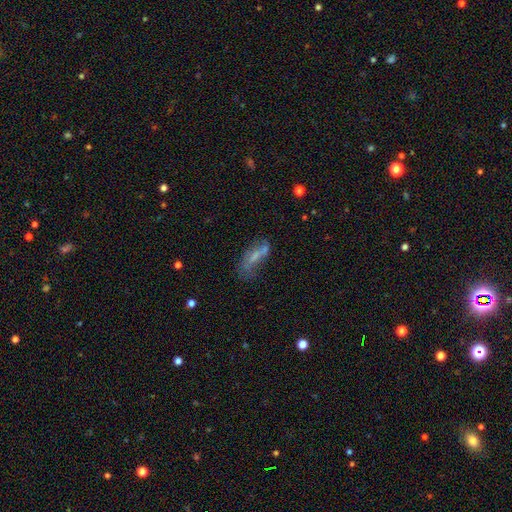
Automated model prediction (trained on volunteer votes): smooth-or-featured: smooth: 49% | featured or disk: 38% | star or artifact: 12%
  merging: none: 37% | minor disturbance: 25% | major disturbance: 25% | merger: 12%